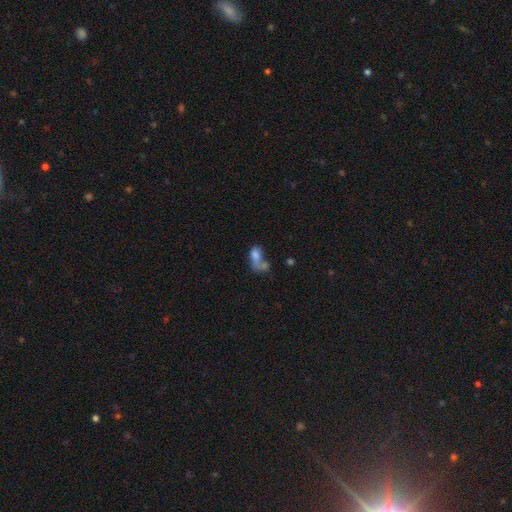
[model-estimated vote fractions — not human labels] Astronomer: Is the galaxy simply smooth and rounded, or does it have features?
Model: smooth — 68%.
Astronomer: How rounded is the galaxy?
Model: in between — 82%.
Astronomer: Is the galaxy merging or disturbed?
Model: merger — 49%.